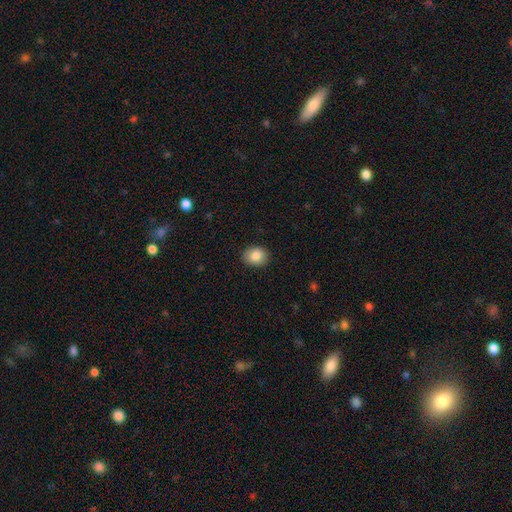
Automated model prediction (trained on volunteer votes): smooth 86%, star or artifact 8%, featured or disk 5%. Down the decision tree: how rounded — round (55%); merging — none (89%).